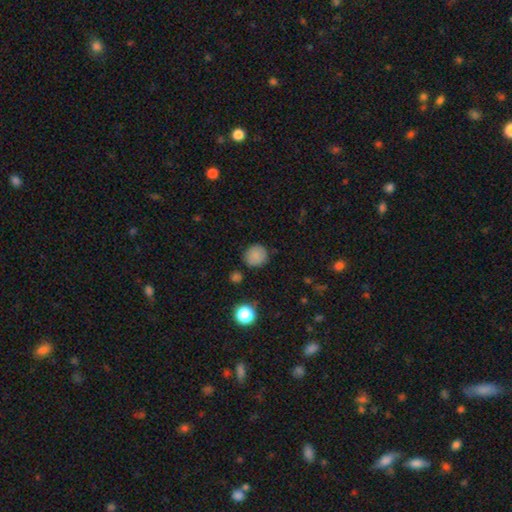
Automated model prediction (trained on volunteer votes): The model was most divided on "merging": none: 82%, minor disturbance: 12%, major disturbance: 3%, merger: 3%. More confident: how rounded — round (90%); smooth or featured — smooth (83%).